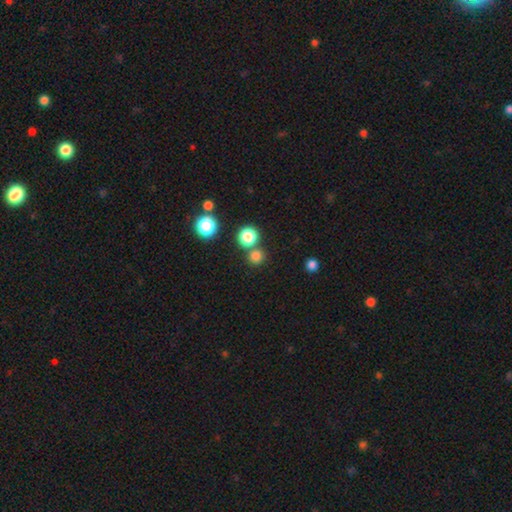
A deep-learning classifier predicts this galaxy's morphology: Smooth or featured? Predicted: smooth (p=0.77). How rounded? Predicted: round (p=0.92). Merging? Predicted: none (p=0.72).